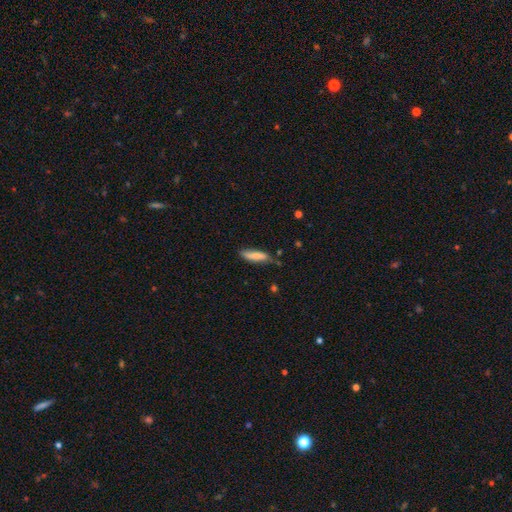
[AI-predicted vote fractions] The model was most divided on "merging": none: 68%, minor disturbance: 25%, major disturbance: 4%, merger: 3%. More confident: smooth or featured — smooth (77%); how rounded — cigar-shaped (72%).